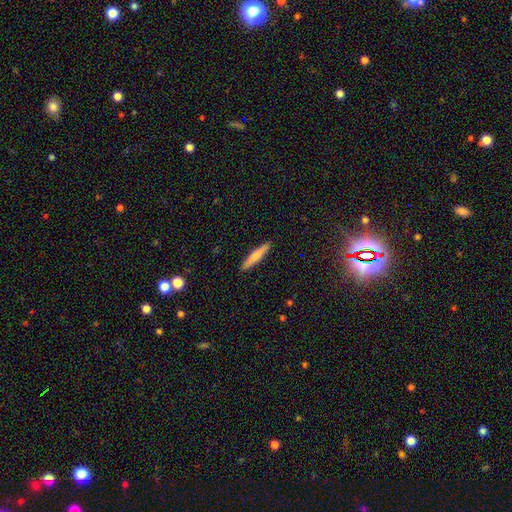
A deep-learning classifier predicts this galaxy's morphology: smooth-or-featured: smooth: 70% | featured or disk: 24% | star or artifact: 6%
  how-rounded: cigar-shaped: 93% | in between: 6% | round: 1%
  merging: none: 91% | minor disturbance: 6% | major disturbance: 1% | merger: 1%